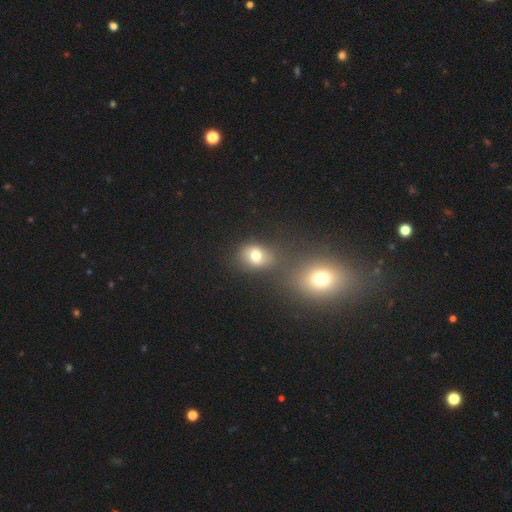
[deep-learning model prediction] Q: Smooth or featured?
A: smooth (73%); runner-up: star or artifact (15%)
Q: How rounded?
A: round (54%); runner-up: in between (45%)
Q: Merging?
A: none (61%); runner-up: merger (19%)